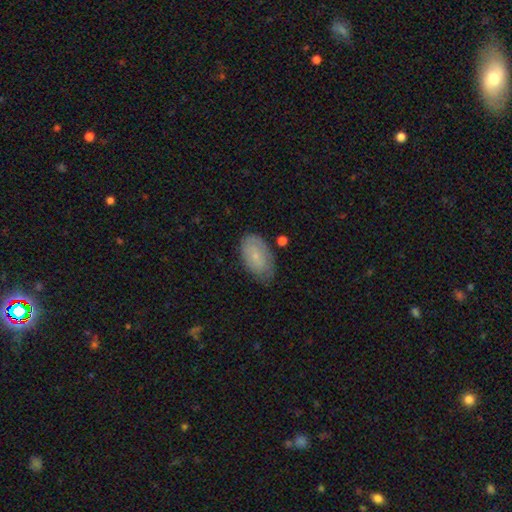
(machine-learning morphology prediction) A smooth galaxy with no disk features (63%) that is in between round and cigar-shaped (93%).

Vote fractions:
- Smooth or featured? smooth: 63% / featured or disk: 30% / star or artifact: 7%
- How rounded? in between: 93% / round: 5% / cigar-shaped: 2%
- Merging? none: 61% / minor disturbance: 30% / major disturbance: 7% / merger: 3%